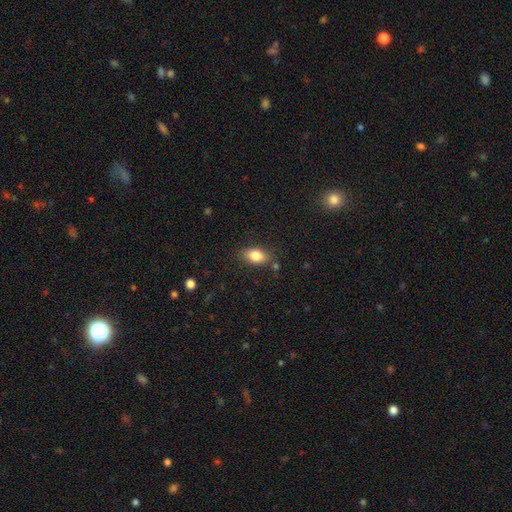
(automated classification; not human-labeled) Morphology: type=smooth (83%); roundness=in between (85%); merging=none (80%).